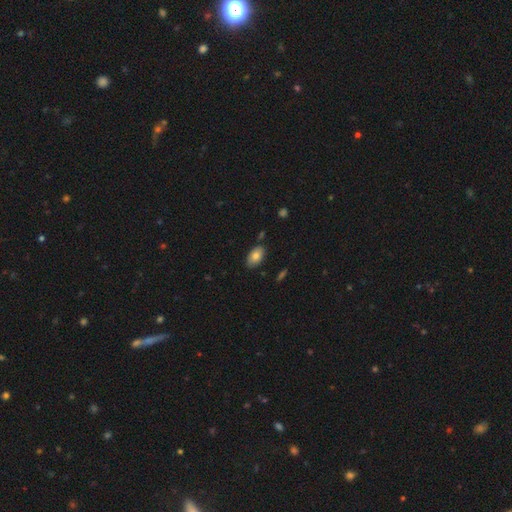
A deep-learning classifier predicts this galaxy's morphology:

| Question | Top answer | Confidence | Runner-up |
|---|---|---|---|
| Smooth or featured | smooth | 79% | featured or disk (13%) |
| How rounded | in between | 93% | round (5%) |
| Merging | none | 80% | minor disturbance (15%) |